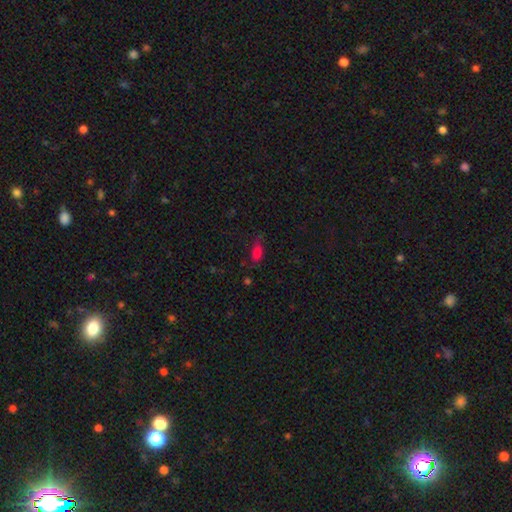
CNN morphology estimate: smooth_or_featured: smooth (p=0.73) [alt: star or artifact p=0.19]
how_rounded: in between (p=0.83) [alt: cigar-shaped p=0.11]
merging: none (p=0.51) [alt: minor disturbance p=0.31]